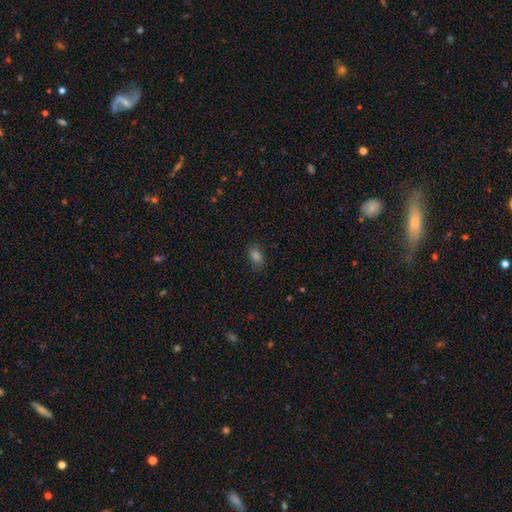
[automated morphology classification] Smooth or featured: smooth — 77% (star or artifact — 17%)
How rounded: in between — 81% (round — 17%)
Merging: none — 84% (minor disturbance — 12%)